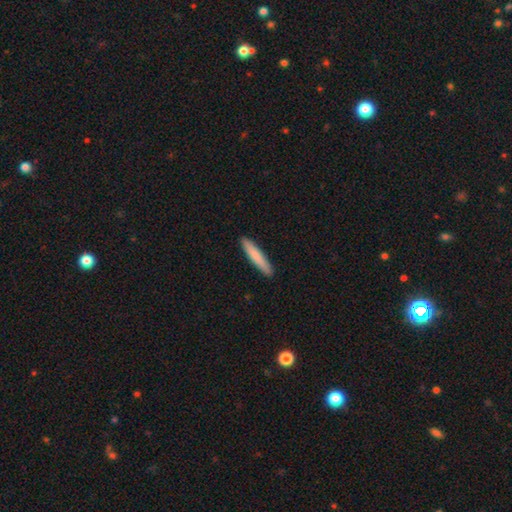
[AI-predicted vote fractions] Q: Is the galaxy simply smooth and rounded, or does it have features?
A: smooth — 80%.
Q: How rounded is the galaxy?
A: cigar-shaped — 92%.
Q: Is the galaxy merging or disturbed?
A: none — 92%.